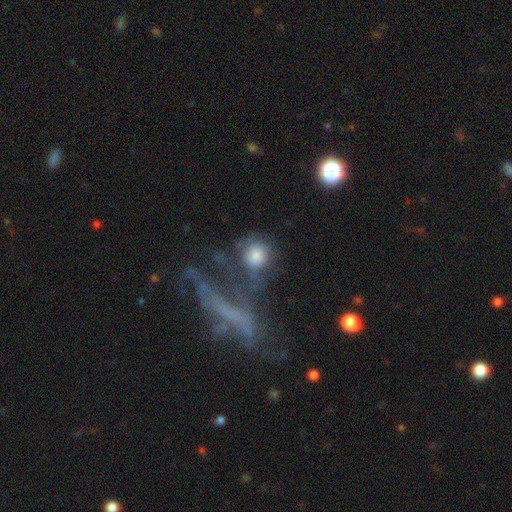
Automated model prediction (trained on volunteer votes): The model was most divided on "merging": none: 44%, merger: 23%, major disturbance: 18%, minor disturbance: 15%. More confident: how rounded — round (86%); smooth or featured — smooth (65%).